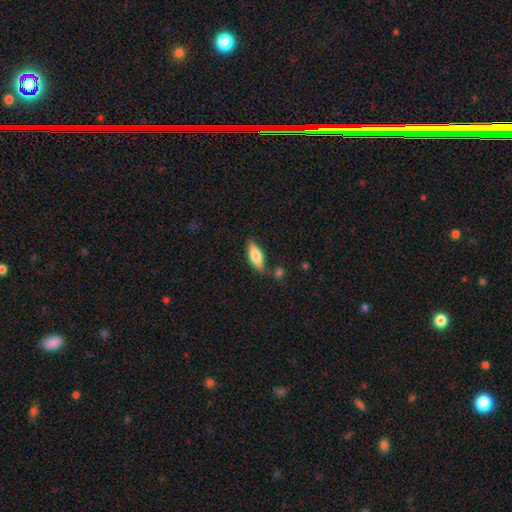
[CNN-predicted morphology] This appears to be a smooth galaxy with no disk features (66%) that is in between round and cigar-shaped (58%). Merging: none (76%).